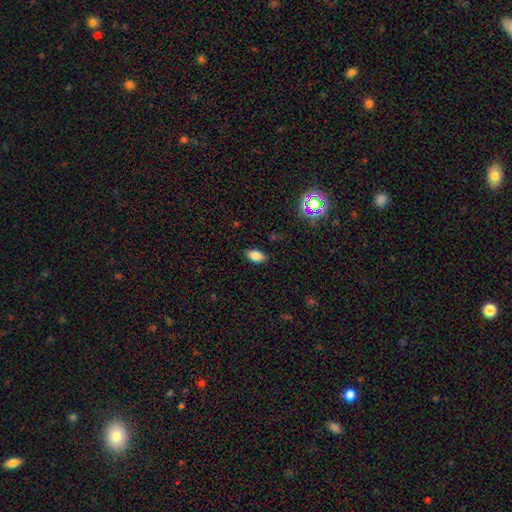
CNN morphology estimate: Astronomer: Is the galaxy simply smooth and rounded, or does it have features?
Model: smooth — 86%.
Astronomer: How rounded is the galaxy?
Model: in between — 92%.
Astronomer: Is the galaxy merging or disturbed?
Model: none — 86%.